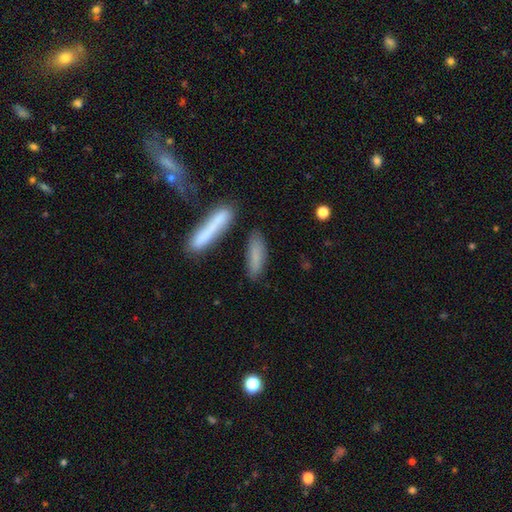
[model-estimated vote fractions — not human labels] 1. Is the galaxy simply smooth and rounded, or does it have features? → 79% smooth, 14% featured or disk, 7% star or artifact.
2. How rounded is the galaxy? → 66% cigar-shaped, 32% in between, 2% round.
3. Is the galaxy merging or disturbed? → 74% none, 14% minor disturbance, 8% merger, 4% major disturbance.